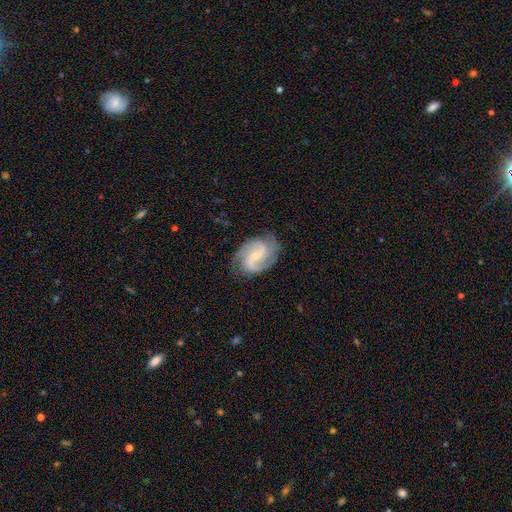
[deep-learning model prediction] Smooth or featured? Predicted: featured or disk (p=0.89). Edge-on disk? Predicted: no (p=0.98). Bar? Predicted: weak (p=0.49). Spiral arms? Predicted: yes (p=0.98). Spiral winding? Predicted: medium (p=0.52). Spiral arm count? Predicted: 2 (p=0.57). Bulge size? Predicted: small (p=0.68). Merging? Predicted: none (p=0.77).